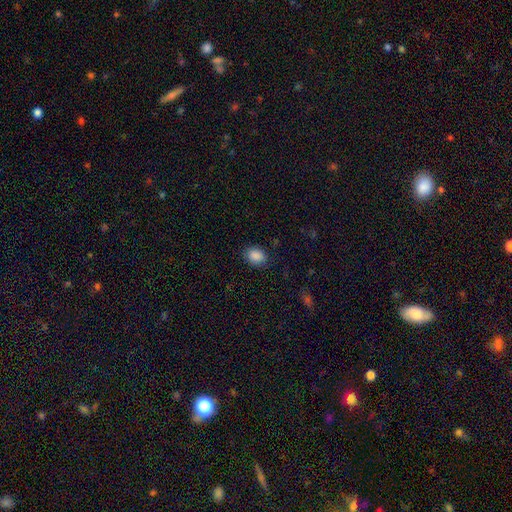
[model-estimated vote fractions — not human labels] smooth_or_featured: smooth (p=0.89) [alt: star or artifact p=0.08]
how_rounded: in between (p=0.65) [alt: round p=0.34]
merging: none (p=0.84) [alt: minor disturbance p=0.12]